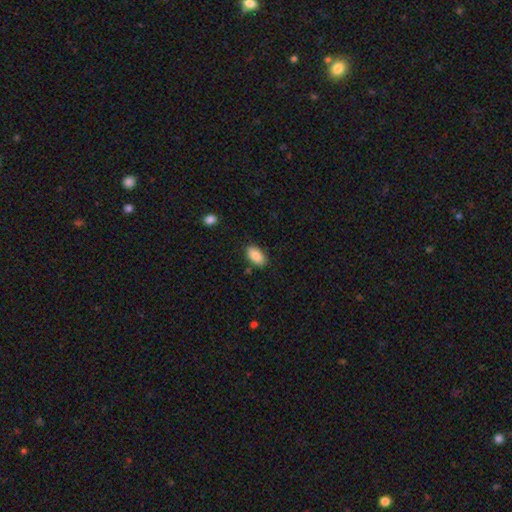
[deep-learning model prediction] smooth_or_featured: smooth (p=0.88) [alt: star or artifact p=0.07]
how_rounded: in between (p=0.94) [alt: round p=0.04]
merging: none (p=0.85) [alt: minor disturbance p=0.11]